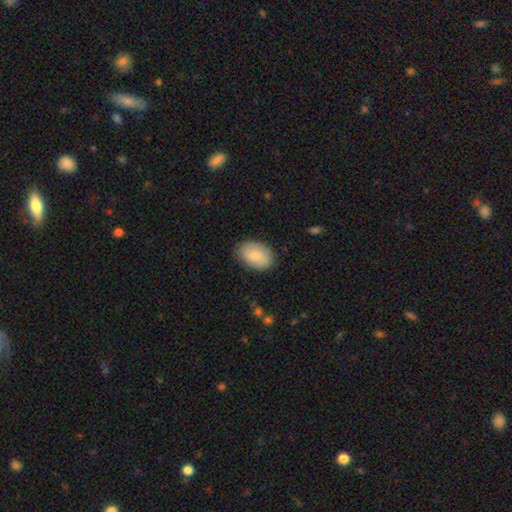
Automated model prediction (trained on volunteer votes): The model was most divided on "smooth or featured": smooth: 79%, featured or disk: 15%, star or artifact: 6%. More confident: how rounded — in between (89%); merging — none (85%).